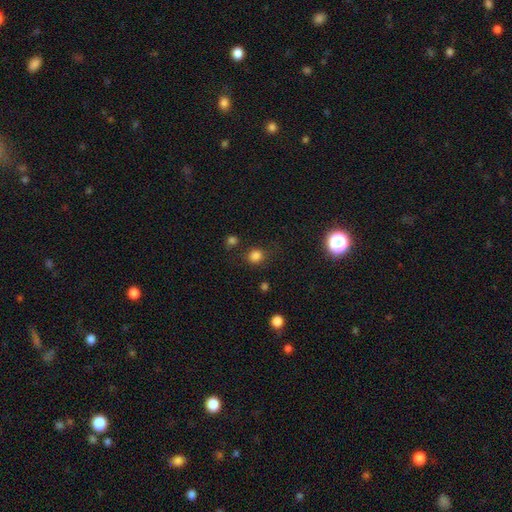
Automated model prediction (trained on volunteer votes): Smooth or featured? smooth (81%)
How rounded? round (81%)
Merging? none (76%)